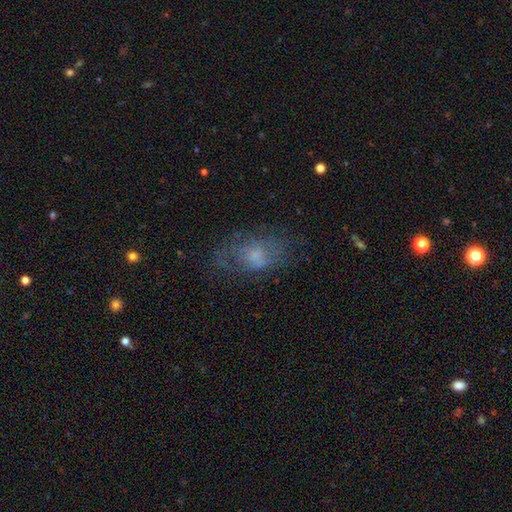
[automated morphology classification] This appears to be a smooth galaxy with no disk features (44%). Merging: none (58%).